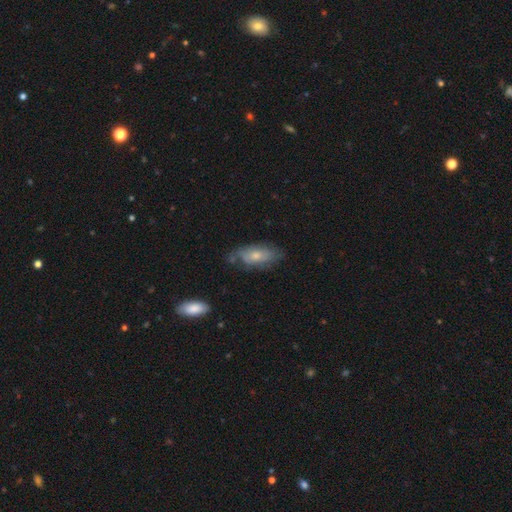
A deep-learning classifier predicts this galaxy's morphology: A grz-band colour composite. It shows a smooth galaxy with no disk features (55%) that is in between round and cigar-shaped (84%). Merging: none (57%).